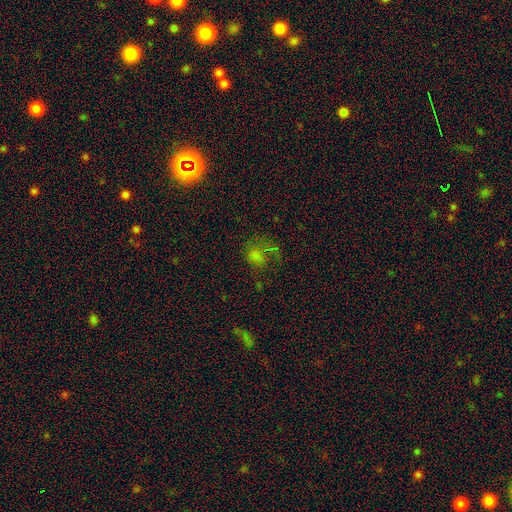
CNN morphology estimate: smooth_or_featured: smooth (p=0.45) [alt: star or artifact p=0.37]
merging: none (p=0.45) [alt: major disturbance p=0.28]